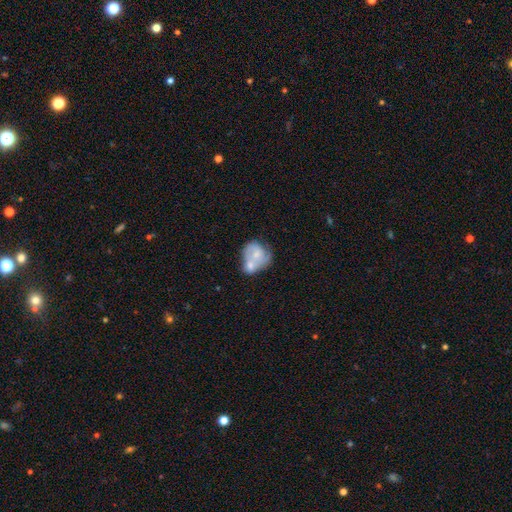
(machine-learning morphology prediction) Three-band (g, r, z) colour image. It shows a featured or disk galaxy (49%). Merging: merger (62%).